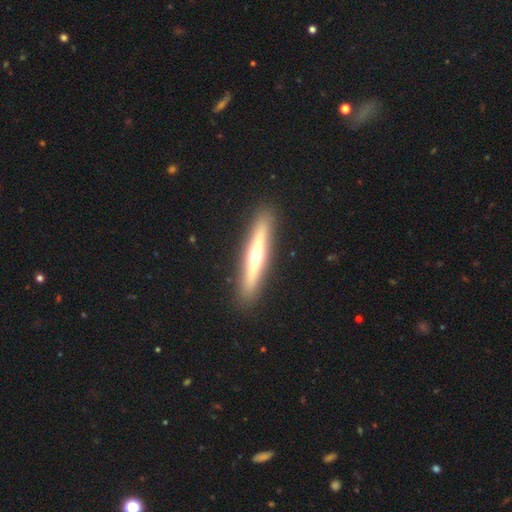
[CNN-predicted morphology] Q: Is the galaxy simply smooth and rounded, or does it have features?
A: featured or disk — 61%.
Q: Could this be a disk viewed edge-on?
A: yes — 95%.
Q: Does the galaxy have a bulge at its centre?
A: rounded — 87%.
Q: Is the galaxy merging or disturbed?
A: none — 92%.